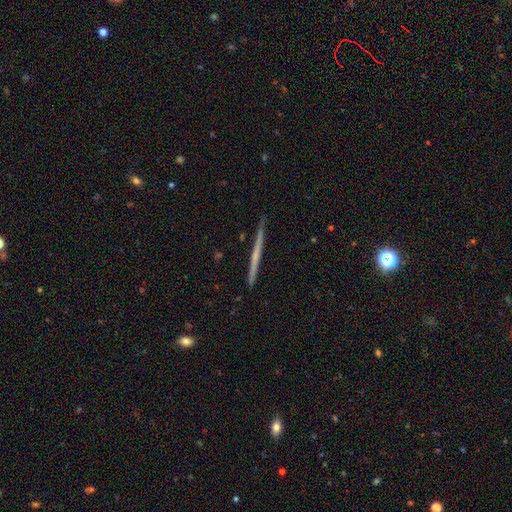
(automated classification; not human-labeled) This is likely a featured or disk galaxy (62%). It is clearly viewed edge-on (98%). Edge-on bulge: likely none (77%). Merging: clearly none (91%).